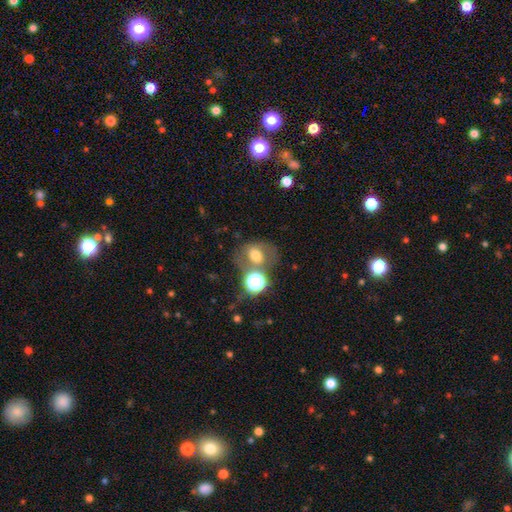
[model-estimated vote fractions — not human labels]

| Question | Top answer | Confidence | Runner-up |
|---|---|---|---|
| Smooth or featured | smooth | 56% | featured or disk (27%) |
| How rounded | in between | 55% | round (44%) |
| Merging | none | 53% | merger (21%) |